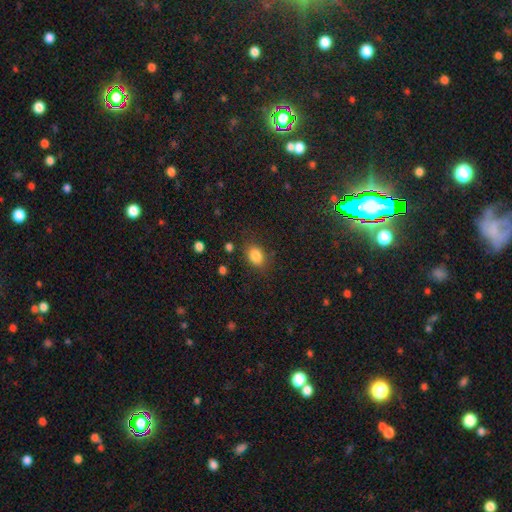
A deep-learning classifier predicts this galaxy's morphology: smooth-or-featured: smooth: 84% | star or artifact: 10% | featured or disk: 6%
  how-rounded: in between: 66% | round: 32% | cigar-shaped: 1%
  merging: none: 79% | minor disturbance: 14% | major disturbance: 5% | merger: 2%